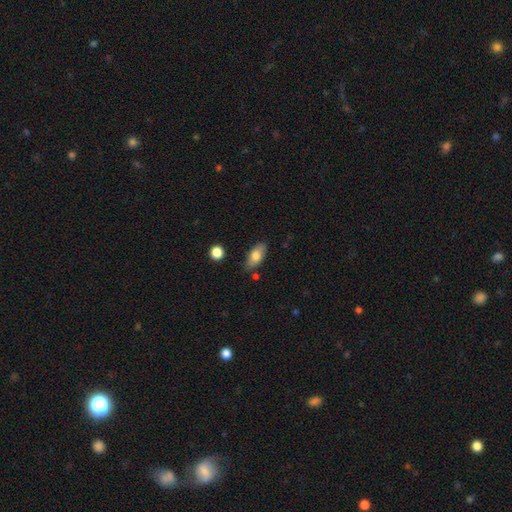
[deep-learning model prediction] Overall: smooth (76%). How rounded: in between (89%). Merging: none (78%).